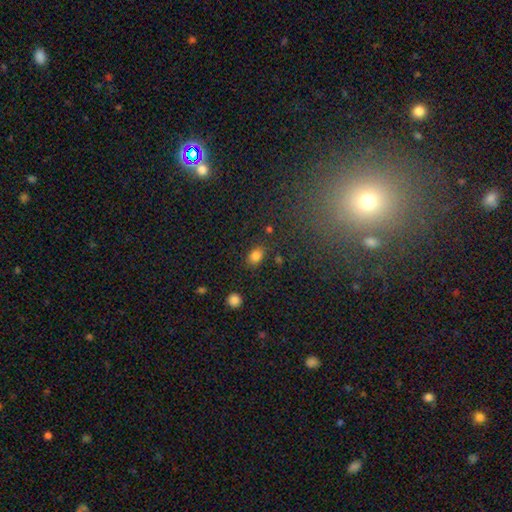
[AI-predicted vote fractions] smooth_or_featured: smooth (p=0.82) [alt: star or artifact p=0.11]
how_rounded: in between (p=0.74) [alt: round p=0.24]
merging: none (p=0.82) [alt: minor disturbance p=0.12]